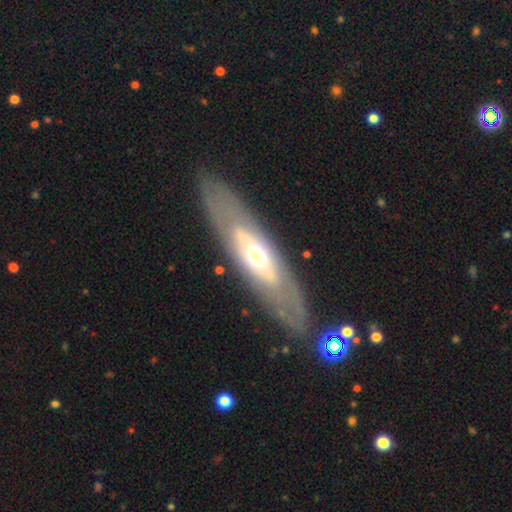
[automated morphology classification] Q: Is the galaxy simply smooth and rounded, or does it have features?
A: featured or disk — 65%.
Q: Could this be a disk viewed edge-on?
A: no — 63%.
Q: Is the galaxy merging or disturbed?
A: none — 82%.